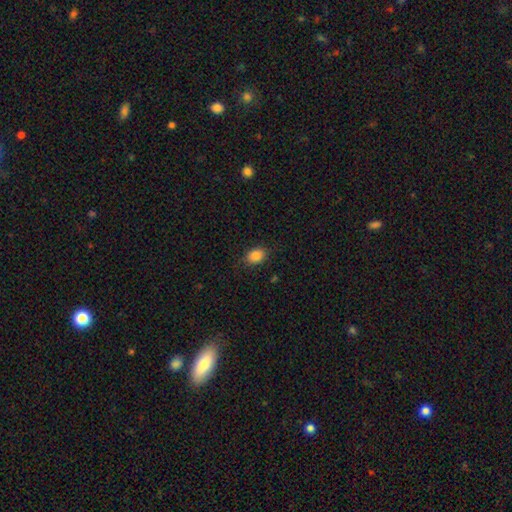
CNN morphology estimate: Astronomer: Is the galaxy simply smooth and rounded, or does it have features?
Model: smooth — 86%.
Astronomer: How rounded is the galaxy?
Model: in between — 69%.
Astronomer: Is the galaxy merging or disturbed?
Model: none — 84%.